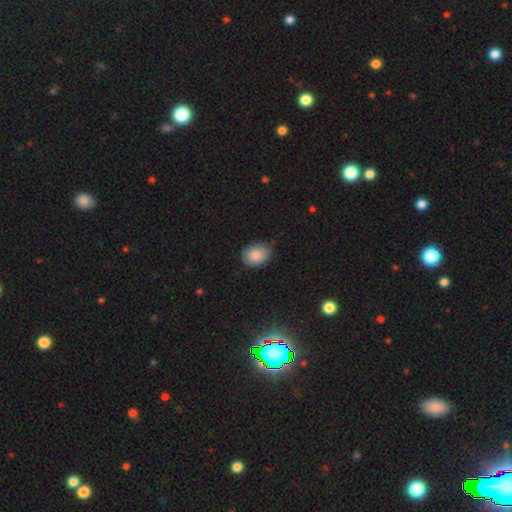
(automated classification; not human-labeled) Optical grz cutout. It shows a smooth galaxy with no disk features (86%) that is in between round and cigar-shaped (67%). Merging: none (72%).